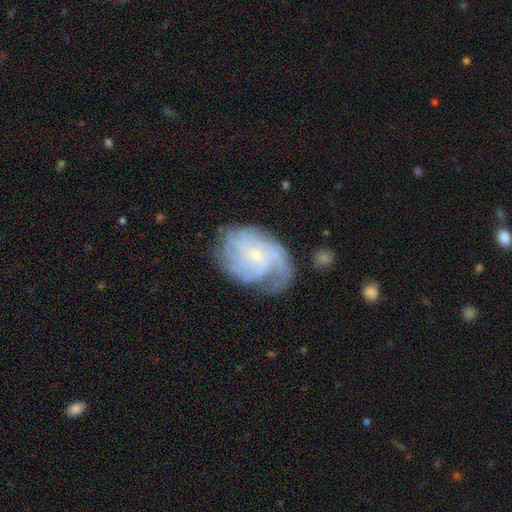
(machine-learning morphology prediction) smooth-or-featured: featured or disk: 77% | smooth: 15% | star or artifact: 8%
  disk-edge-on: no: 97% | yes: 3%
    bar: no: 70% | weak: 26% | strong: 3%
    has-spiral-arms: yes: 93% | no: 7%
      spiral-winding: tight: 52% | medium: 34% | loose: 15%
      spiral-arm-count: can't tell: 39% | 4: 20% | 3: 14% | more than 4: 11% | 2: 10% | 1: 6%
    bulge-size: small: 75% | moderate: 19% | none: 4% | large: 1% | dominant: 1%
  merging: none: 63% | minor disturbance: 22% | major disturbance: 13% | merger: 2%